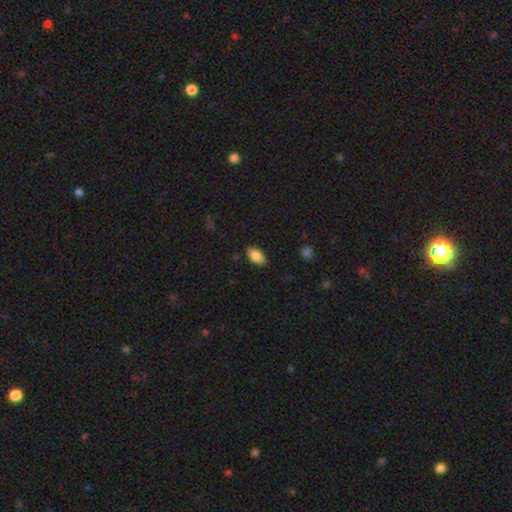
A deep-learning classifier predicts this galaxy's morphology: Smooth or featured?
  - smooth: 84% *
  - featured or disk: 9%
  - star or artifact: 7%
How rounded?
  - in between: 92% *
  - round: 4%
  - cigar-shaped: 4%
Merging?
  - none: 86% *
  - minor disturbance: 11%
  - major disturbance: 2%
  - merger: 1%